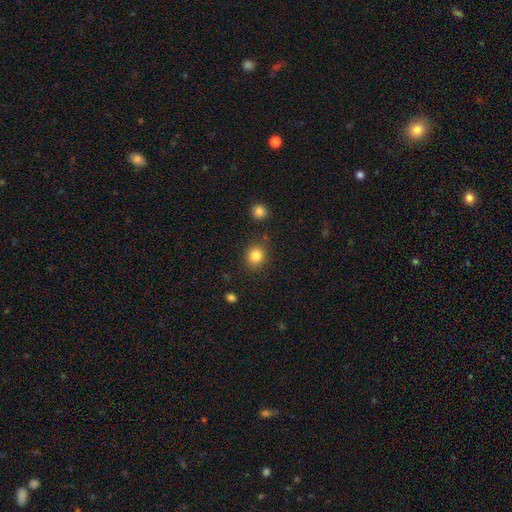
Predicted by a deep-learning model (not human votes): Q: Smooth or featured?
A: smooth (85%); runner-up: star or artifact (10%)
Q: How rounded?
A: round (80%); runner-up: in between (19%)
Q: Merging?
A: none (85%); runner-up: minor disturbance (8%)